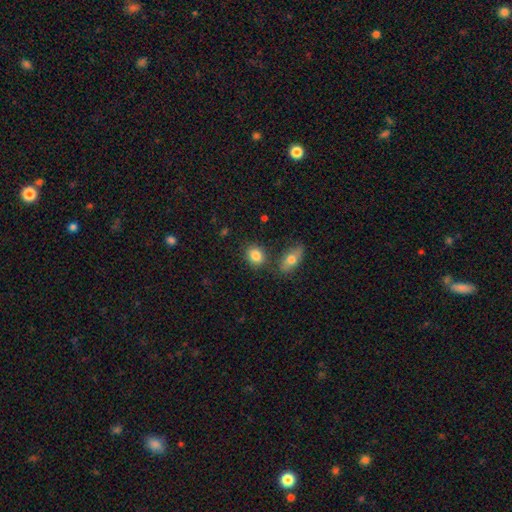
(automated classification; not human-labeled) Smooth or featured? smooth (84%)
How rounded? round (51%)
Merging? none (76%)